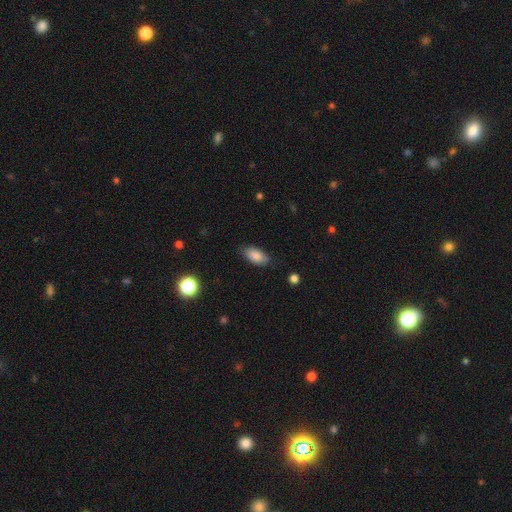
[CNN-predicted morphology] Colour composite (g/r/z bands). It shows a smooth galaxy with no disk features (84%) that is in between round and cigar-shaped (92%). Merging: none (81%).